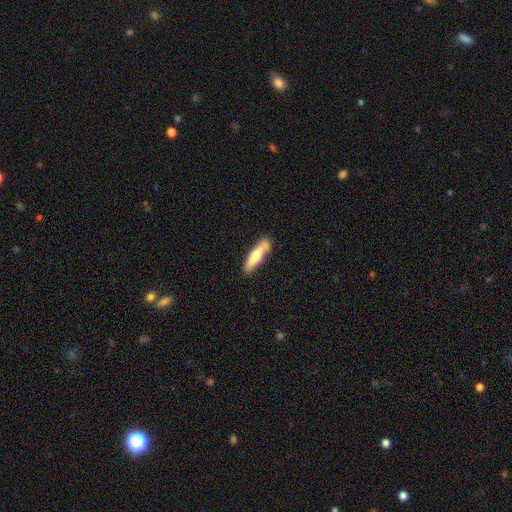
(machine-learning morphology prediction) This appears to be a smooth galaxy with no disk features (61%) that is cigar-shaped (70%). Merging: none (71%).